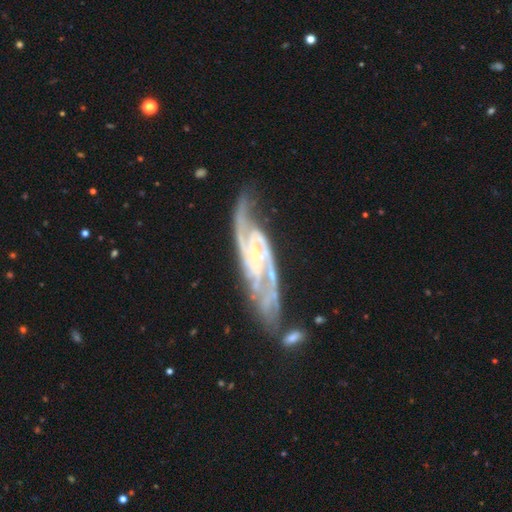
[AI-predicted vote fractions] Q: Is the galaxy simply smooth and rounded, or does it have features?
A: featured or disk — 92%.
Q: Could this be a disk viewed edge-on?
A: no — 91%.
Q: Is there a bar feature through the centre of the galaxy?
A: no — 46%.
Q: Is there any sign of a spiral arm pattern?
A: yes — 98%.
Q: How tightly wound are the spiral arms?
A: medium — 48%.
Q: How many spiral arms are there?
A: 2 — 67%.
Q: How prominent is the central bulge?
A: small — 79%.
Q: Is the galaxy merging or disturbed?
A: none — 60%.